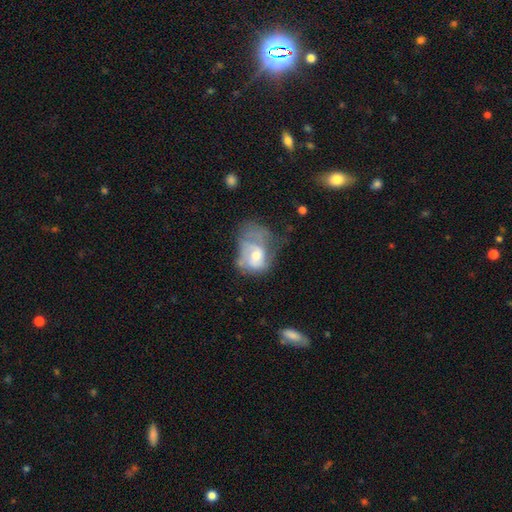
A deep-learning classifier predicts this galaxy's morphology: Q: Smooth or featured?
A: featured or disk (48%); runner-up: smooth (44%)
Q: Merging?
A: major disturbance (51%); runner-up: minor disturbance (22%)